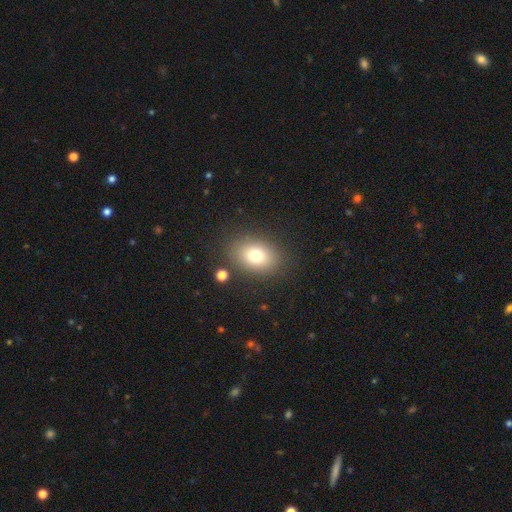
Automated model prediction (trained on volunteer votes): This appears to be a smooth galaxy with no disk features (76%) that is in between round and cigar-shaped (69%). Merging: none (84%).